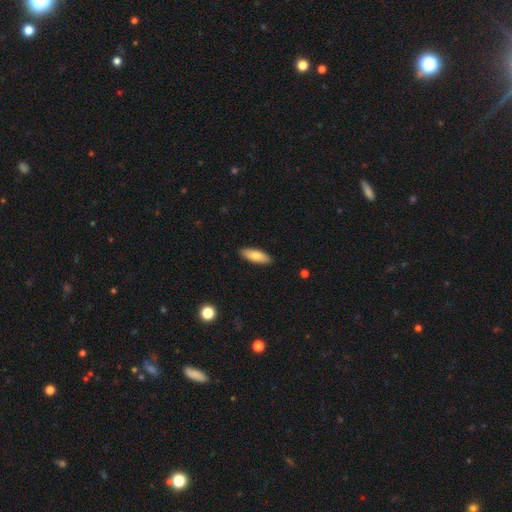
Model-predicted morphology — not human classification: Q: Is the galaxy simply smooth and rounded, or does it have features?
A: smooth — 81%.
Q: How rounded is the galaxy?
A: in between — 62%.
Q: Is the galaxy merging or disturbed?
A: none — 89%.